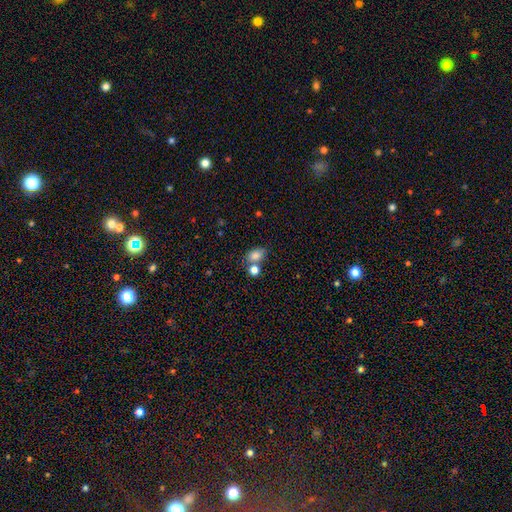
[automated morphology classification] Smooth or featured?
  - smooth: 82% *
  - star or artifact: 11%
  - featured or disk: 8%
How rounded?
  - in between: 73% *
  - round: 25%
  - cigar-shaped: 1%
Merging?
  - none: 56% *
  - merger: 26%
  - minor disturbance: 14%
  - major disturbance: 5%